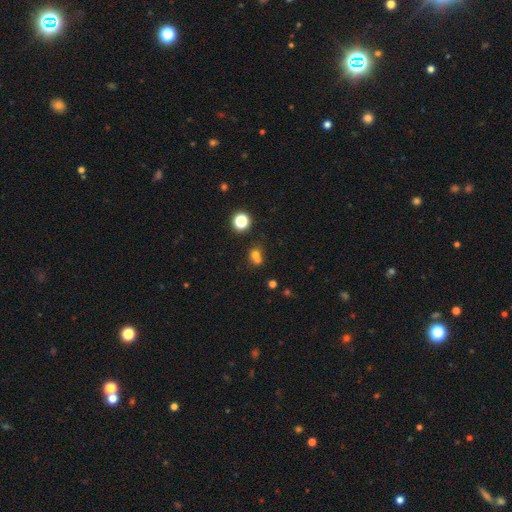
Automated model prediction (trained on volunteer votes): Smooth or featured? Predicted: smooth (p=0.68). How rounded? Predicted: round (p=0.71). Merging? Predicted: merger (p=0.51).